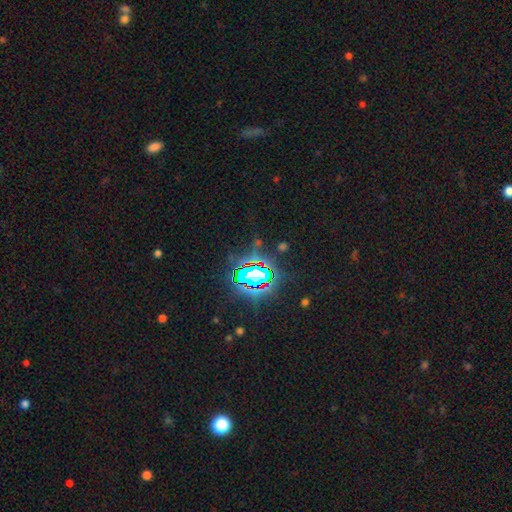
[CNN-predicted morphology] A star or artifact, not a galaxy (84%).